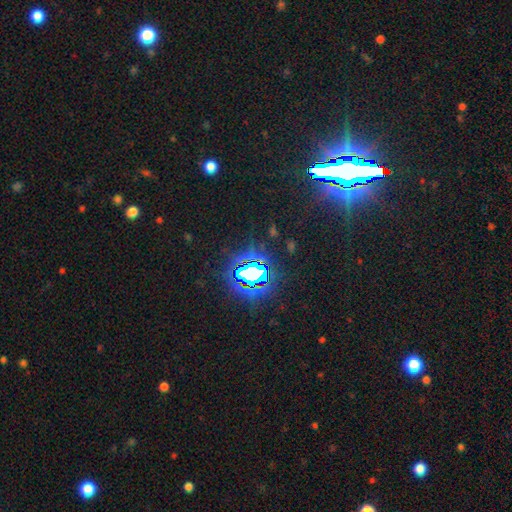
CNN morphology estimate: The model was most divided on "smooth or featured": star or artifact: 86%, smooth: 7%, featured or disk: 7%.